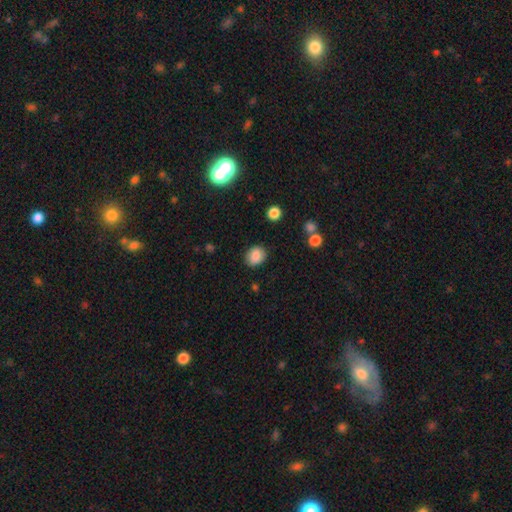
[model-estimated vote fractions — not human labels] The model was most divided on "how rounded": round: 55%, in between: 45%, cigar-shaped: 1%. More confident: smooth or featured — smooth (85%); merging — none (83%).